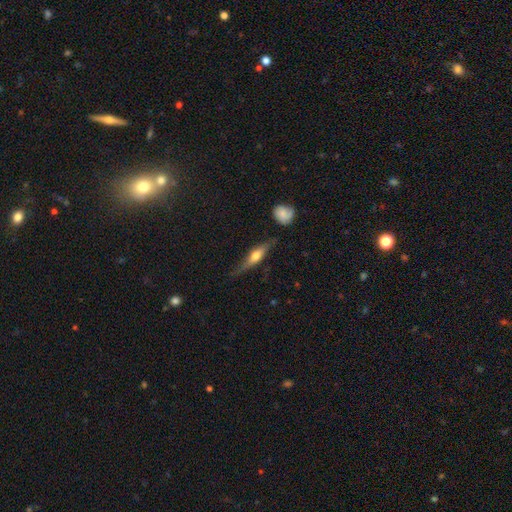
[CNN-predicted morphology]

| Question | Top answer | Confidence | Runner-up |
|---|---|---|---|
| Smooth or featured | featured or disk | 53% | smooth (40%) |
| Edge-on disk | yes | 89% | no (11%) |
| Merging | none | 68% | minor disturbance (22%) |